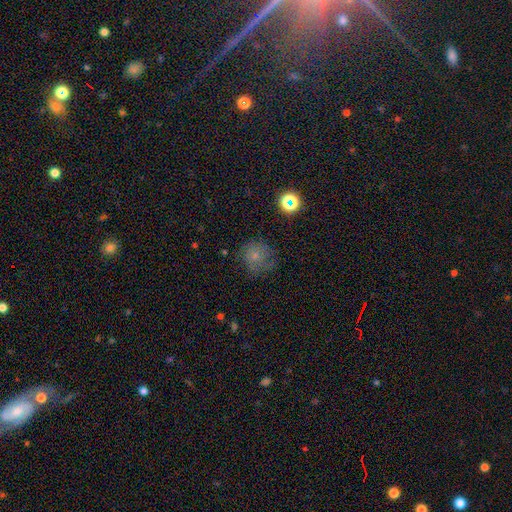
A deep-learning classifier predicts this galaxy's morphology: smooth_or_featured: smooth (p=0.56) [alt: featured or disk p=0.28]
how_rounded: round (p=0.87) [alt: in between p=0.12]
merging: none (p=0.64) [alt: minor disturbance p=0.22]